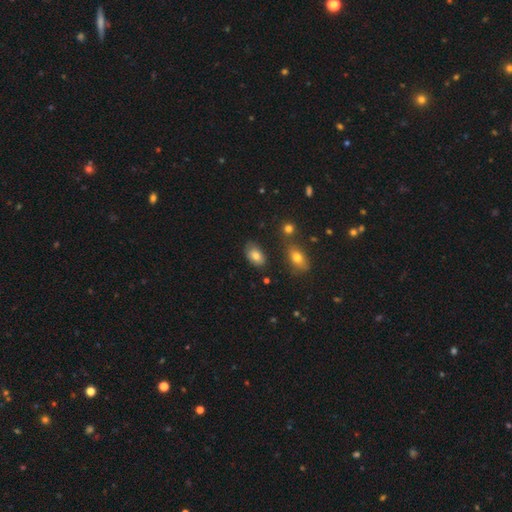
This appears to be a smooth galaxy with no disk features (87%) that is in between round and cigar-shaped (94%). Merging: none (78%).